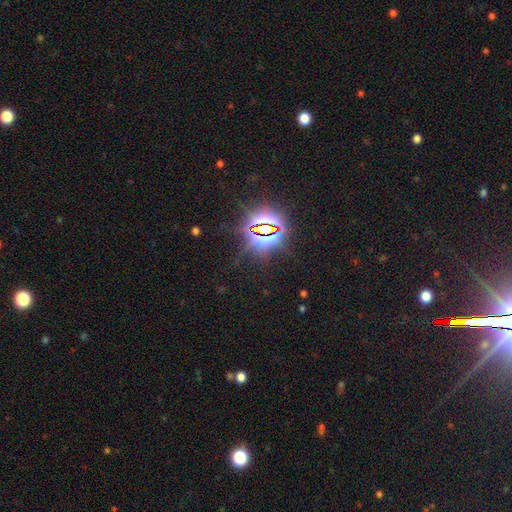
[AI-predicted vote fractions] Morphology: type=star or artifact (85%).